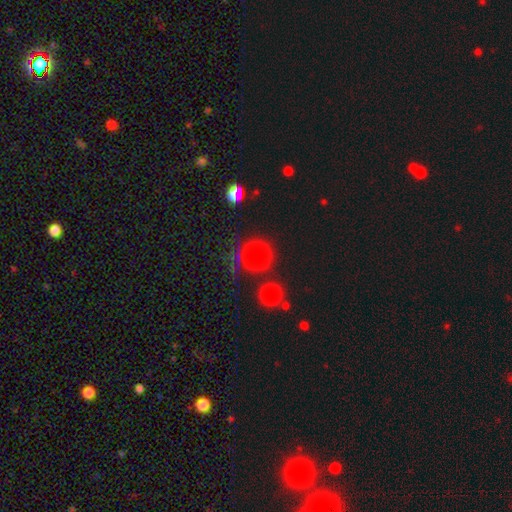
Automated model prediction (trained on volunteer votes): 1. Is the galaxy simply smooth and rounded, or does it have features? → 48% smooth, 40% star or artifact, 12% featured or disk.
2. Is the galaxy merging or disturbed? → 68% none, 15% minor disturbance, 10% major disturbance, 8% merger.